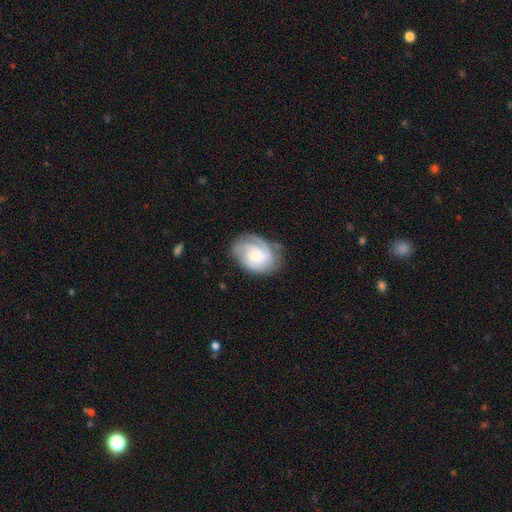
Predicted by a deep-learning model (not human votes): Smooth or featured: featured or disk — 73% (smooth — 21%)
Edge-on disk: no — 97% (yes — 3%)
Bar: no — 67% (weak — 29%)
Spiral arms: yes — 94% (no — 6%)
Spiral winding: tight — 48% (medium — 39%)
Spiral arm count: 3 — 39% (can't tell — 22%)
Bulge size: small — 46% (moderate — 44%)
Merging: none — 68% (minor disturbance — 22%)